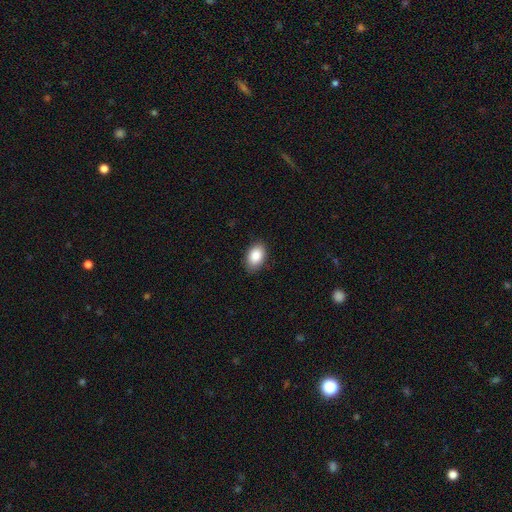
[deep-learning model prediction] smooth_or_featured: smooth (p=0.88) [alt: star or artifact p=0.07]
how_rounded: in between (p=0.89) [alt: round p=0.10]
merging: none (p=0.86) [alt: minor disturbance p=0.11]